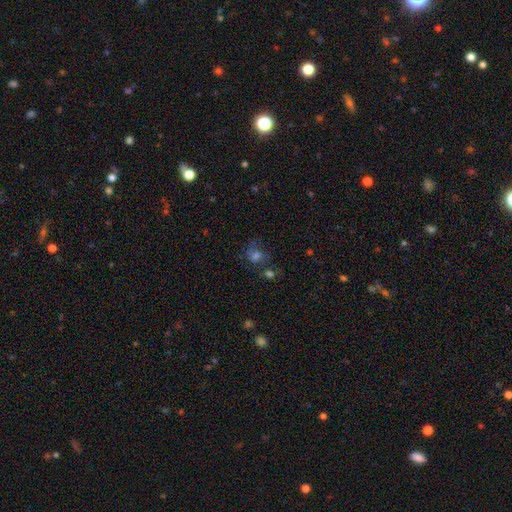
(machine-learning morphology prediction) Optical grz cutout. It shows a smooth galaxy with no disk features (45%). Merging: none (50%).